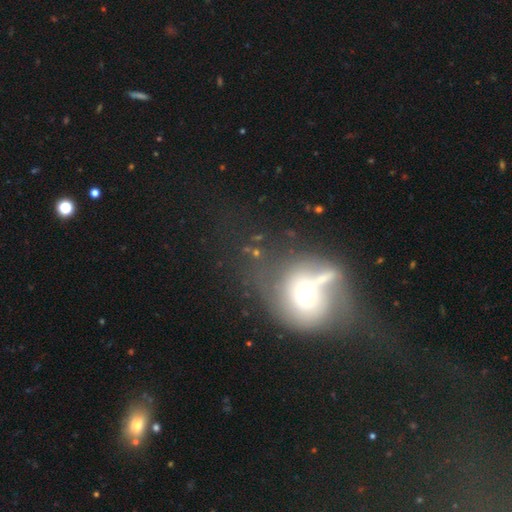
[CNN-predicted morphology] A featured or disk galaxy (43%). Merging: merger (42%).